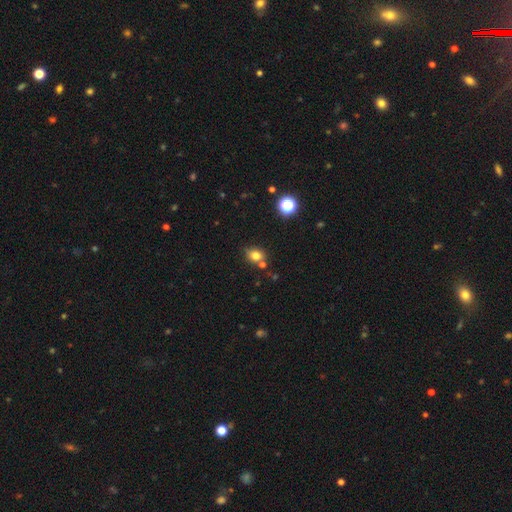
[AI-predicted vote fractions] The model was most divided on "how rounded": round: 50%, in between: 49%, cigar-shaped: 1%. More confident: smooth or featured — smooth (77%); merging — none (65%).